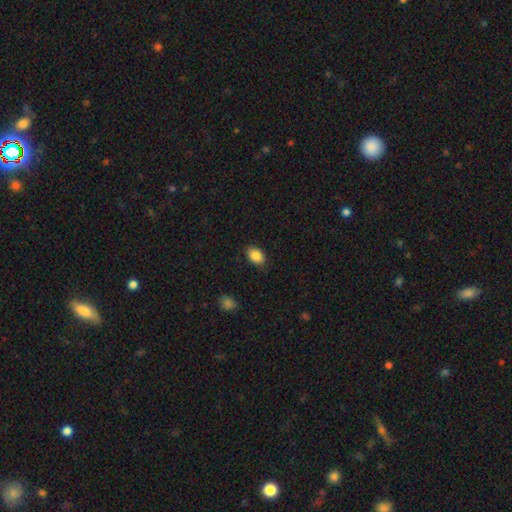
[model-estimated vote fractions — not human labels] smooth-or-featured: smooth: 87% | star or artifact: 8% | featured or disk: 5%
  how-rounded: in between: 83% | round: 16% | cigar-shaped: 1%
  merging: none: 86% | minor disturbance: 10% | major disturbance: 2% | merger: 1%